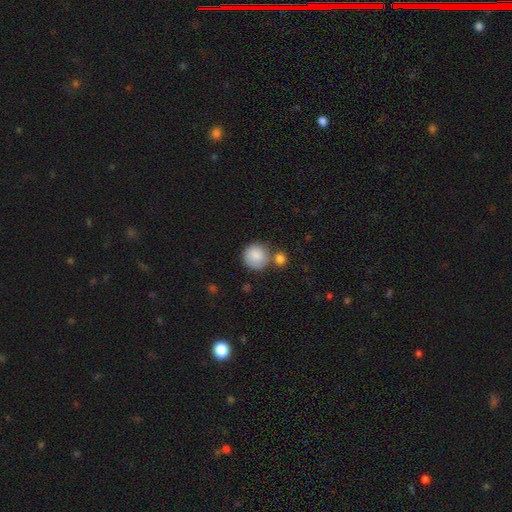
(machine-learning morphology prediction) Smooth or featured? smooth (87%)
How rounded? round (92%)
Merging? none (60%)